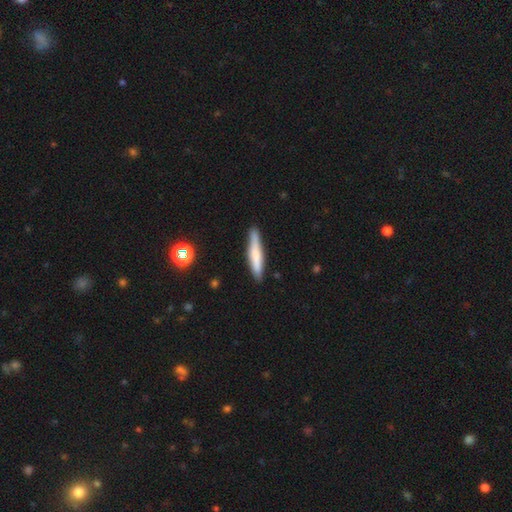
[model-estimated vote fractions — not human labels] smooth-or-featured: smooth: 67% | featured or disk: 26% | star or artifact: 7%
  how-rounded: cigar-shaped: 89% | in between: 9% | round: 1%
  merging: none: 82% | minor disturbance: 14% | major disturbance: 2% | merger: 2%